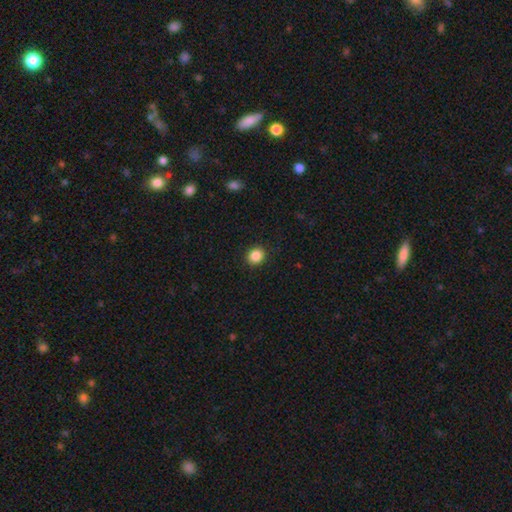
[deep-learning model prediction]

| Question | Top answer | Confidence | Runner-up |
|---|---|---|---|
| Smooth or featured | smooth | 87% | star or artifact (10%) |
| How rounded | round | 80% | in between (20%) |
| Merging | none | 91% | minor disturbance (6%) |